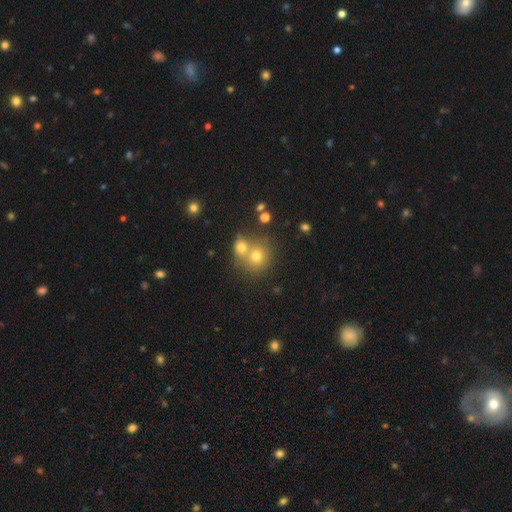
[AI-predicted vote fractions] This appears to be a smooth galaxy with no disk features (68%) that is round (82%). Merging: merger (48%).